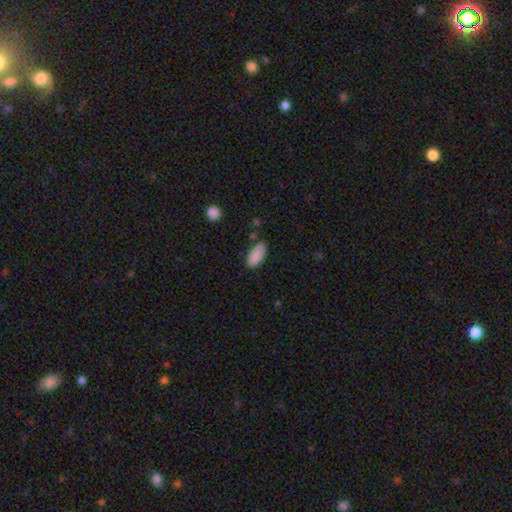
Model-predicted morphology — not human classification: This is clearly a smooth galaxy (88%). How rounded: clearly in between (92%). Merging: likely none (74%).